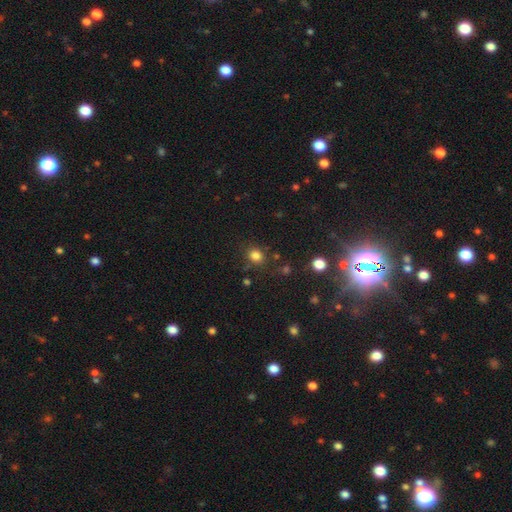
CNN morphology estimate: Smooth or featured: smooth — 81% (star or artifact — 14%)
How rounded: round — 70% (in between — 29%)
Merging: none — 79% (minor disturbance — 12%)